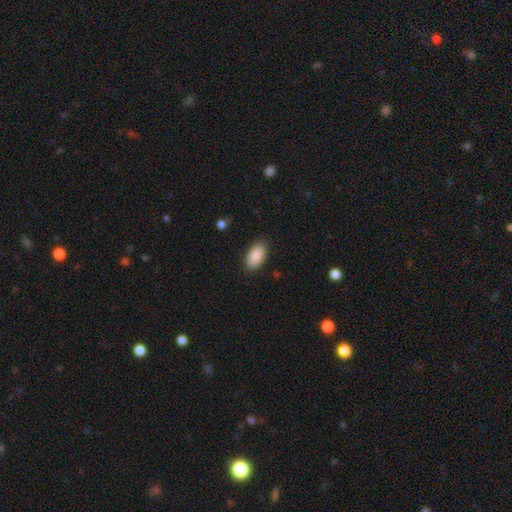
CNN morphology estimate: smooth 90%, star or artifact 6%, featured or disk 4%. Down the decision tree: how rounded — in between (94%); merging — none (87%).